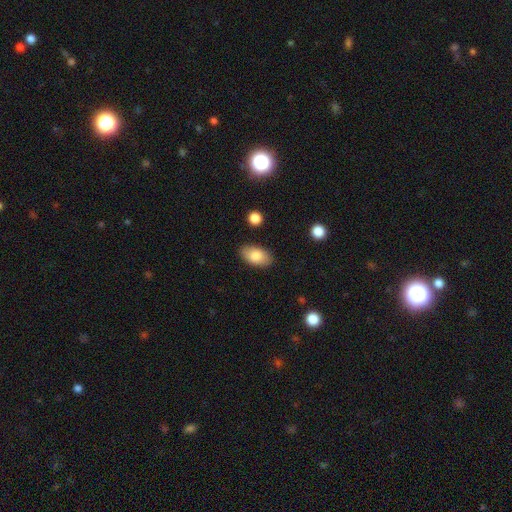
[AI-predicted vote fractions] A smooth galaxy with no disk features (82%) that is in between round and cigar-shaped (94%).

Vote fractions:
- Smooth or featured? smooth: 82% / featured or disk: 11% / star or artifact: 7%
- How rounded? in between: 94% / round: 4% / cigar-shaped: 2%
- Merging? none: 86% / minor disturbance: 10% / major disturbance: 2% / merger: 1%